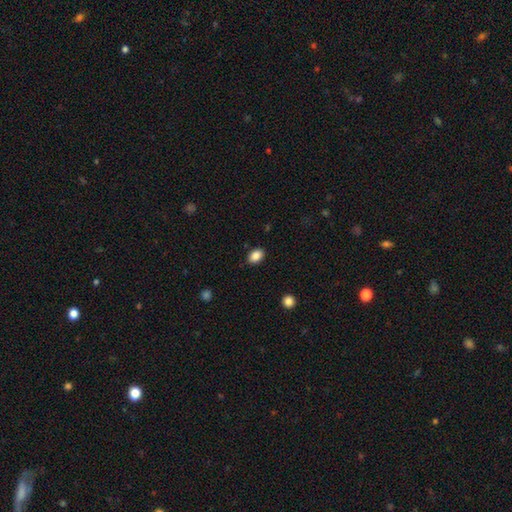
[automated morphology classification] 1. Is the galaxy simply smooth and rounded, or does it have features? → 87% smooth, 9% star or artifact, 4% featured or disk.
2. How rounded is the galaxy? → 81% in between, 18% round, 1% cigar-shaped.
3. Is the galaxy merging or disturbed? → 87% none, 10% minor disturbance, 2% major disturbance, 1% merger.